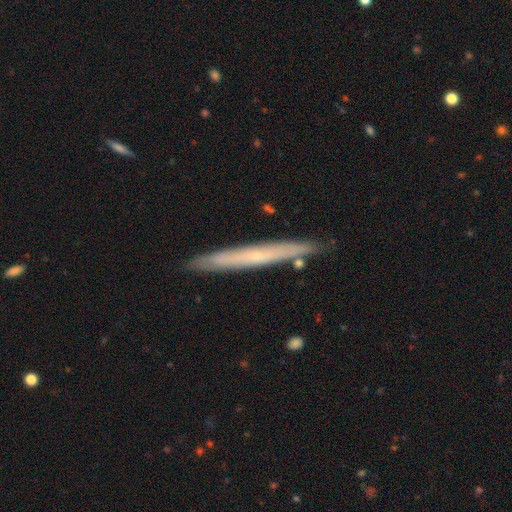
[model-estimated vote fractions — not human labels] This is likely a featured or disk galaxy (60%). It is clearly viewed edge-on (92%). Edge-on bulge: likely none (64%). Merging: clearly none (87%).